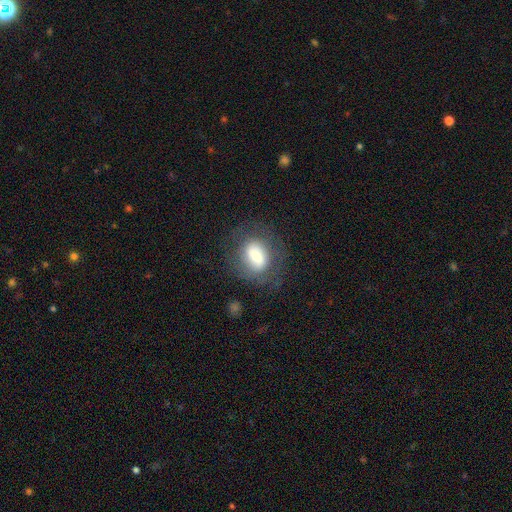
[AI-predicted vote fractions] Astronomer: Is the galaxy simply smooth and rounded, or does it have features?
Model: smooth — 57% (runner-up: featured or disk, 34%).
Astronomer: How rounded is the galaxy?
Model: in between — 64%.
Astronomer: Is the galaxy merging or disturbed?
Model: none — 64%.